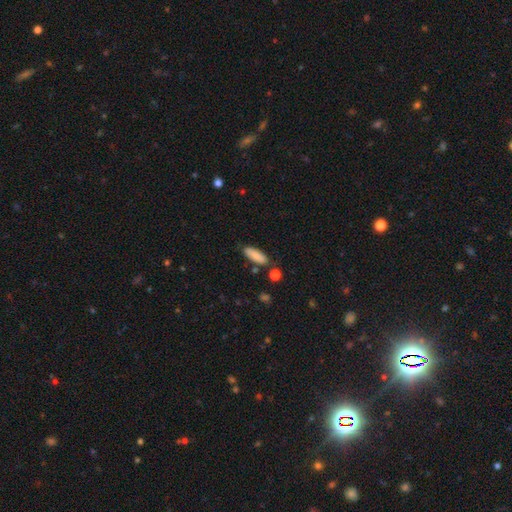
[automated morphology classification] smooth 87%, star or artifact 7%, featured or disk 6%. Down the decision tree: how rounded — in between (63%); merging — none (80%).